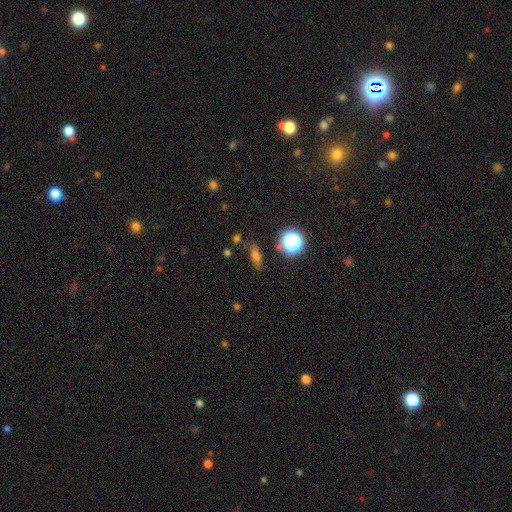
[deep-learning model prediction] smooth-or-featured: smooth: 67% | star or artifact: 21% | featured or disk: 12%
  how-rounded: in between: 51% | cigar-shaped: 30% | round: 18%
  merging: none: 79% | minor disturbance: 14% | major disturbance: 4% | merger: 4%